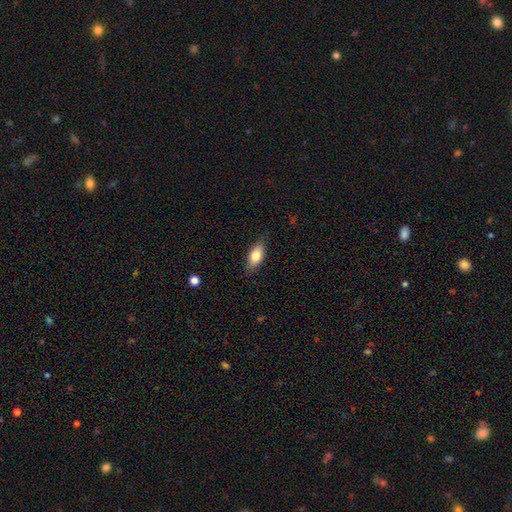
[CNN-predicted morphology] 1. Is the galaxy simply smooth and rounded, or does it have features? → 79% smooth, 14% featured or disk, 7% star or artifact.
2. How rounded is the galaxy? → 84% in between, 13% cigar-shaped, 3% round.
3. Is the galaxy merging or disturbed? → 83% none, 13% minor disturbance, 3% major disturbance, 1% merger.